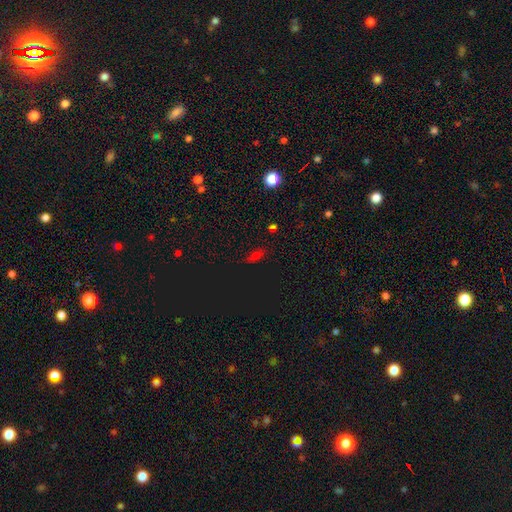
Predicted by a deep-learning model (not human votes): Overall: smooth (54%; star or artifact 36%). How rounded: in between (75%). Merging: none (76%).